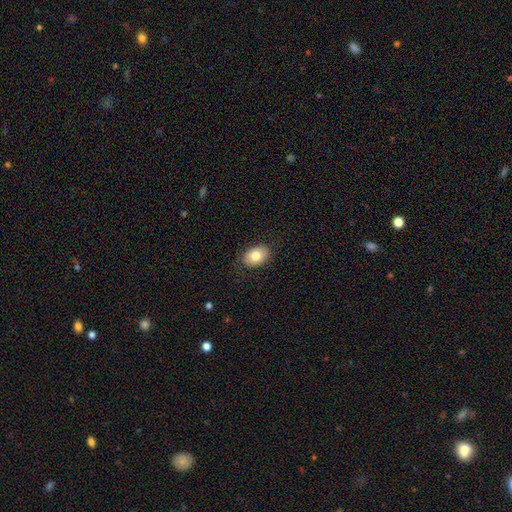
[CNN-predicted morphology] Smooth or featured? Predicted: smooth (p=0.80). How rounded? Predicted: in between (p=0.81). Merging? Predicted: none (p=0.84).